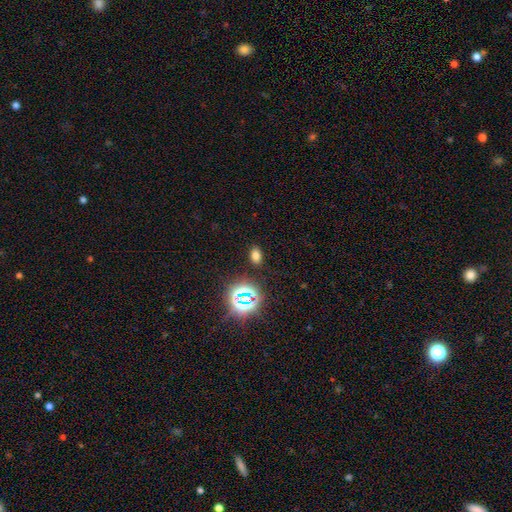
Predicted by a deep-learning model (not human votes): Morphology: type=smooth (67%); roundness=in between (83%); merging=none (87%).